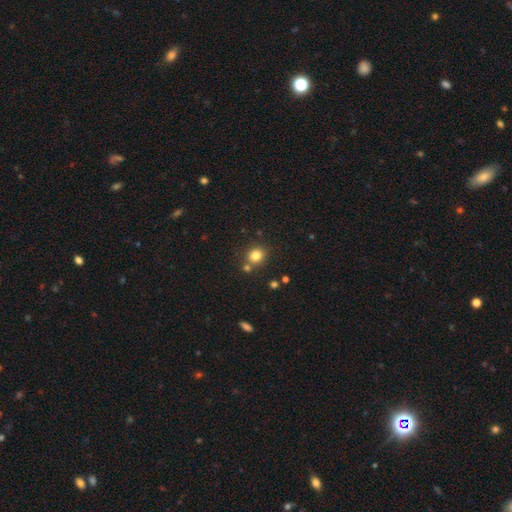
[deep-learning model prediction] Smooth or featured?
  - smooth: 81% *
  - star or artifact: 13%
  - featured or disk: 6%
How rounded?
  - round: 79% *
  - in between: 20%
  - cigar-shaped: 1%
Merging?
  - none: 73% *
  - merger: 15%
  - minor disturbance: 10%
  - major disturbance: 3%